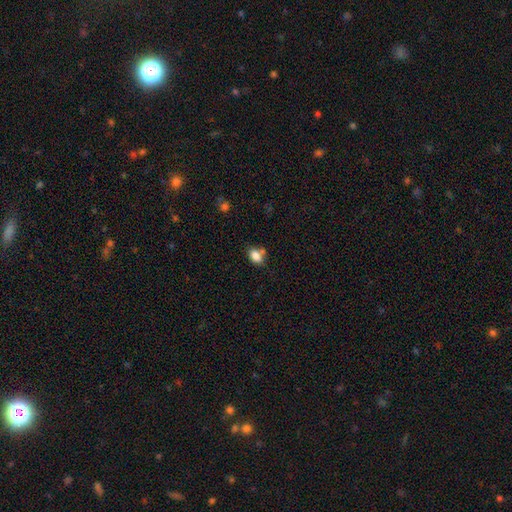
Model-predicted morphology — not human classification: smooth_or_featured: smooth (p=0.83) [alt: star or artifact p=0.10]
how_rounded: in between (p=0.77) [alt: round p=0.21]
merging: none (p=0.61) [alt: minor disturbance p=0.17]